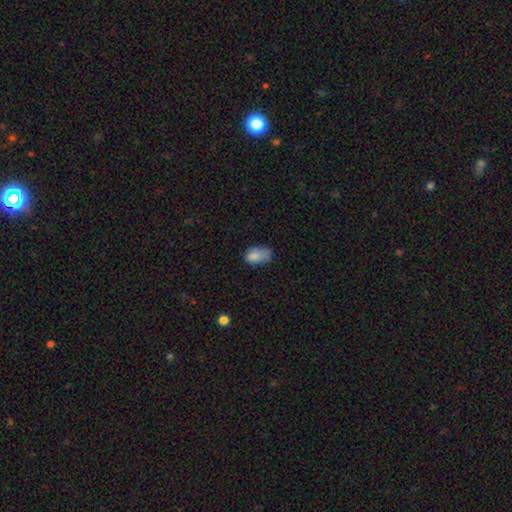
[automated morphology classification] This appears to be a smooth galaxy with no disk features (82%) that is in between round and cigar-shaped (90%). Merging: none (47%).